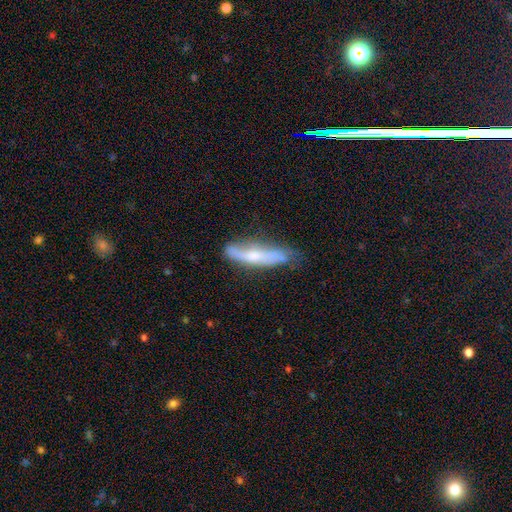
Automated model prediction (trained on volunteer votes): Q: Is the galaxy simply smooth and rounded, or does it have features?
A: featured or disk — 49%.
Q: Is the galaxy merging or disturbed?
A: none — 53%.